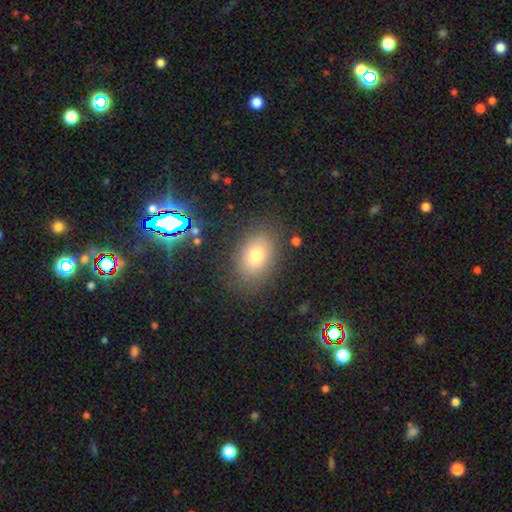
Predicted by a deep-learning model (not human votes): A smooth galaxy with no disk features (73%) that is in between round and cigar-shaped (81%).

Vote fractions:
- Smooth or featured? smooth: 73% / star or artifact: 14% / featured or disk: 13%
- How rounded? in between: 81% / round: 18% / cigar-shaped: 1%
- Merging? none: 82% / minor disturbance: 11% / major disturbance: 4% / merger: 2%